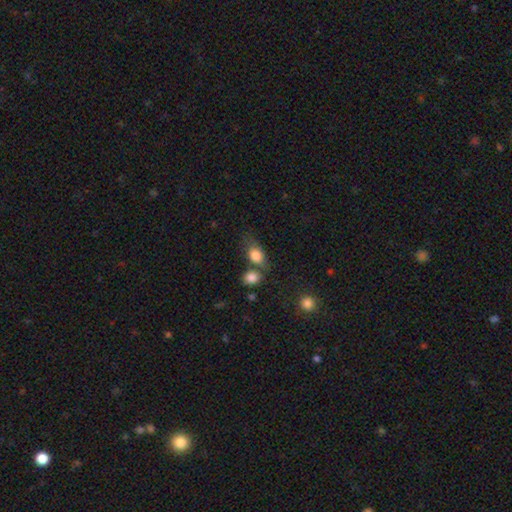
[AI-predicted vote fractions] smooth 84%, featured or disk 8%, star or artifact 8%. Down the decision tree: how rounded — in between (76%); merging — none (45%).